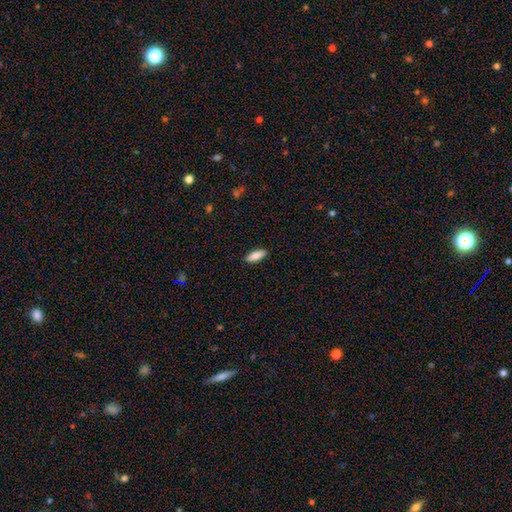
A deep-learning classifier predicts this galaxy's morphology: Q: Smooth or featured?
A: smooth (85%); runner-up: featured or disk (9%)
Q: How rounded?
A: in between (62%); runner-up: cigar-shaped (36%)
Q: Merging?
A: none (89%); runner-up: minor disturbance (8%)